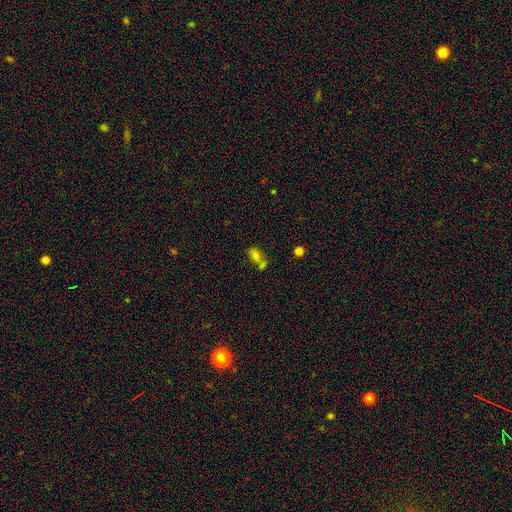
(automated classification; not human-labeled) A smooth galaxy with no disk features (70%) that is in between round and cigar-shaped (81%). Merging: merger (47%).